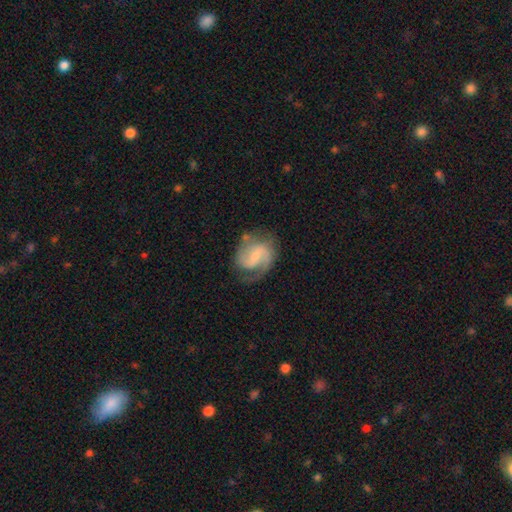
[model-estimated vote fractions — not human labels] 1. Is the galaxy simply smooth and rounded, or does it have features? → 81% featured or disk, 13% smooth, 5% star or artifact.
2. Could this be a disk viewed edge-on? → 98% no, 2% yes.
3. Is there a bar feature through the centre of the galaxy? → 52% weak, 29% no, 19% strong.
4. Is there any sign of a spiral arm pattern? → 95% yes, 5% no.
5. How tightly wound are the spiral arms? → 52% medium, 24% loose, 24% tight.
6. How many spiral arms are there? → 78% 2, 10% 1, 6% can't tell, 3% 3, 1% 4, 1% more than 4.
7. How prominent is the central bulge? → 56% small, 25% moderate, 15% none, 3% large, 1% dominant.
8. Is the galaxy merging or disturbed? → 64% none, 21% minor disturbance, 12% major disturbance, 3% merger.